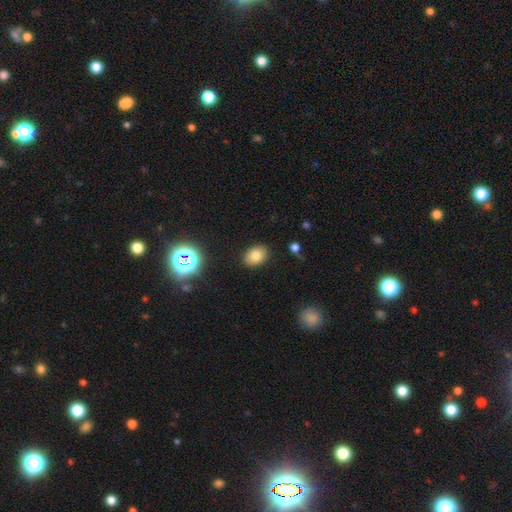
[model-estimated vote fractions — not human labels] Smooth or featured? Predicted: smooth (p=0.78). How rounded? Predicted: in between (p=0.74). Merging? Predicted: none (p=0.88).